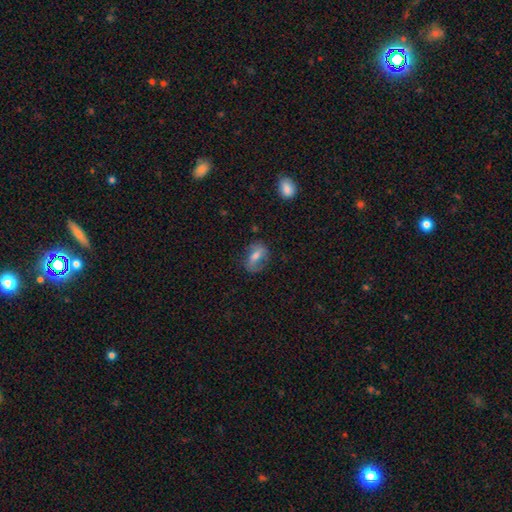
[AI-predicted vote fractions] This is possibly a smooth galaxy (47%). Merging: likely none (67%).